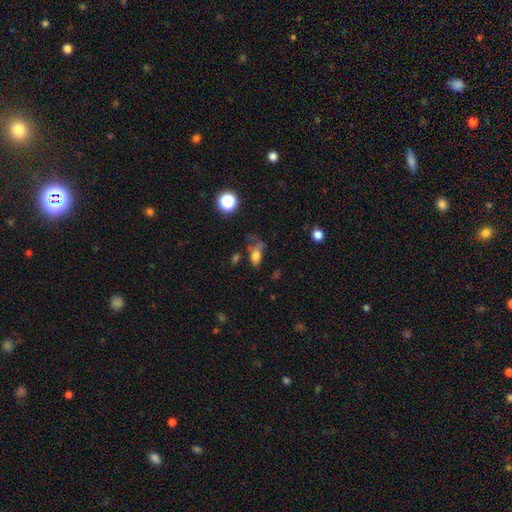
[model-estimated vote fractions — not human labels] Smooth or featured? smooth (70%)
How rounded? in between (82%)
Merging? none (36%)